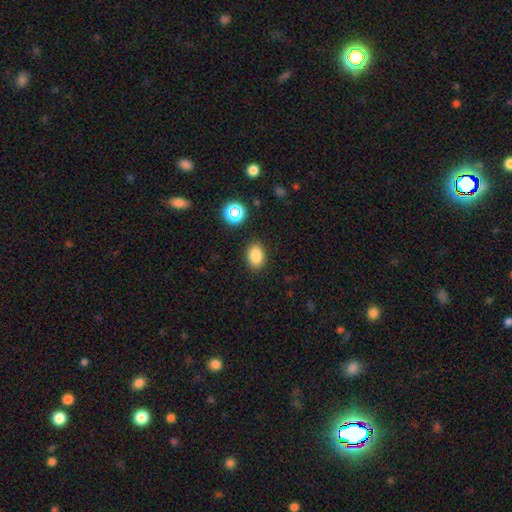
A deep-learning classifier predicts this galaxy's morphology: Smooth or featured? smooth (83%)
How rounded? in between (78%)
Merging? none (87%)